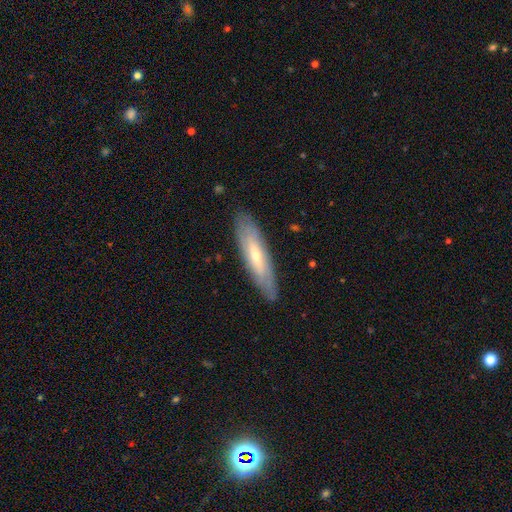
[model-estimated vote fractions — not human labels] Smooth or featured?
  - featured or disk: 49% *
  - smooth: 45%
  - star or artifact: 6%
Merging?
  - none: 85% *
  - minor disturbance: 11%
  - major disturbance: 2%
  - merger: 1%